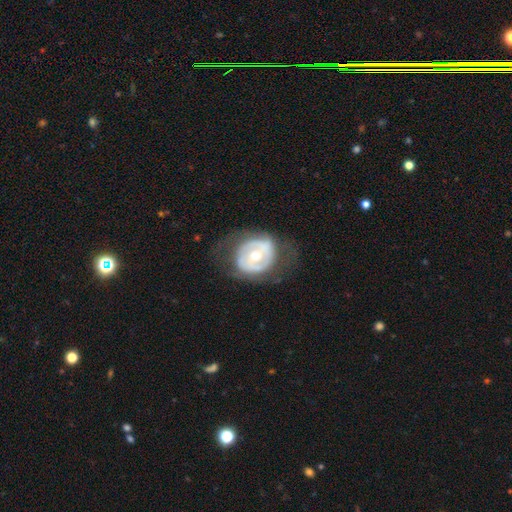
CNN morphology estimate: Smooth or featured? featured or disk (67%)
Edge-on disk? no (95%)
Bar? no (57%)
Spiral arms? no (65%)
Bulge size? moderate (63%)
Merging? none (63%)